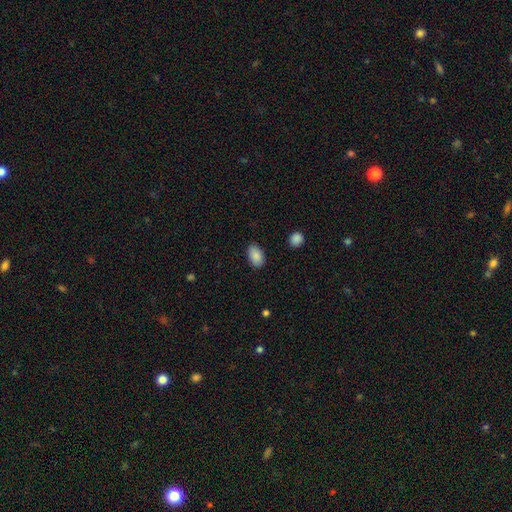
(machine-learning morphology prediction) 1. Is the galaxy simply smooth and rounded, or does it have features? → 88% smooth, 7% star or artifact, 4% featured or disk.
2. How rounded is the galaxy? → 92% in between, 7% round, 1% cigar-shaped.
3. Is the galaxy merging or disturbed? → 86% none, 10% minor disturbance, 2% major disturbance, 1% merger.